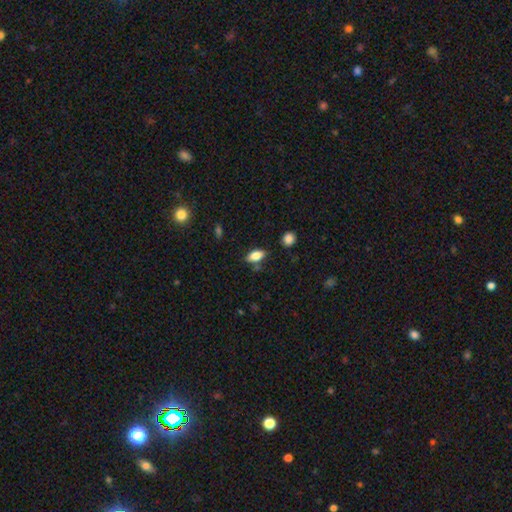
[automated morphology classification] The model was most divided on "merging": none: 77%, minor disturbance: 15%, merger: 4%, major disturbance: 3%. More confident: how rounded — in between (87%); smooth or featured — smooth (78%).